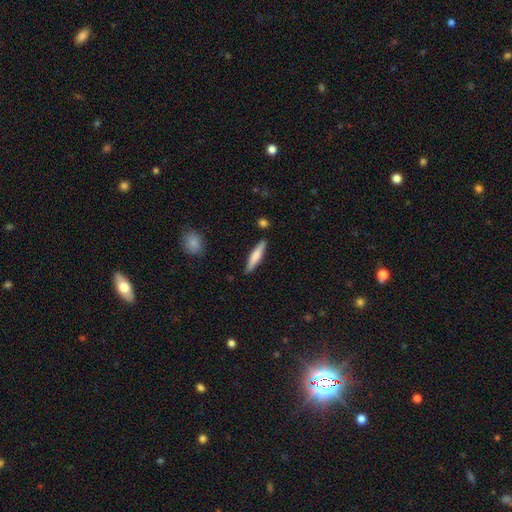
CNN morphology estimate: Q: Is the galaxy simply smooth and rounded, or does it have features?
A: smooth — 59%.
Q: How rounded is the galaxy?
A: cigar-shaped — 86%.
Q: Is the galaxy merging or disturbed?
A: none — 87%.